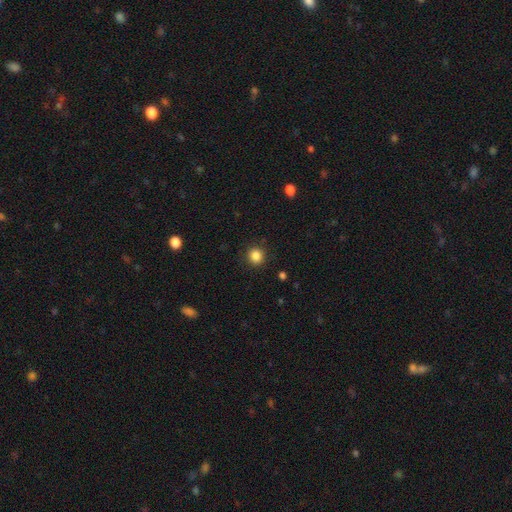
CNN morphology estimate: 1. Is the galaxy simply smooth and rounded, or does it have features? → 85% smooth, 11% star or artifact, 4% featured or disk.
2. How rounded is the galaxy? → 90% round, 9% in between, 1% cigar-shaped.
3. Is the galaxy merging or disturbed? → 90% none, 6% minor disturbance, 2% major disturbance, 1% merger.